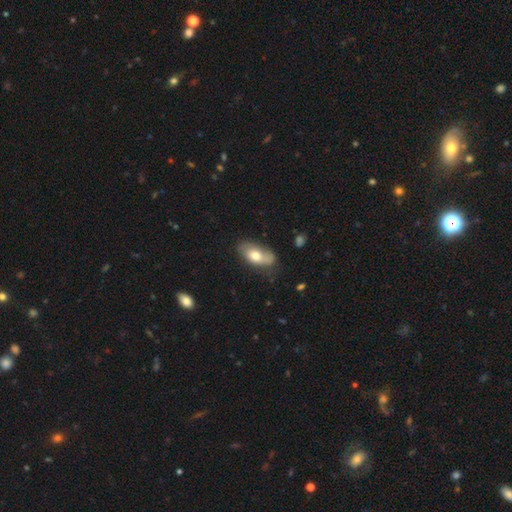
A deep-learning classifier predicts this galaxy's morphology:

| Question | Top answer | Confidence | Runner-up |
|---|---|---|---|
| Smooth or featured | smooth | 62% | featured or disk (31%) |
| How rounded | in between | 90% | cigar-shaped (5%) |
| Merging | none | 62% | minor disturbance (27%) |